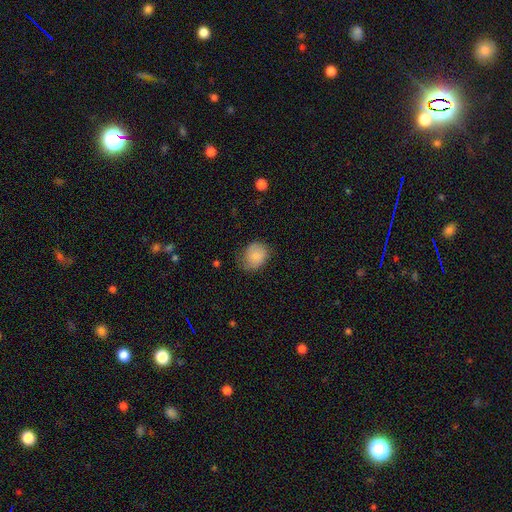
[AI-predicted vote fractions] smooth-or-featured: smooth: 81% | featured or disk: 11% | star or artifact: 7%
  how-rounded: round: 55% | in between: 44% | cigar-shaped: 1%
  merging: none: 67% | minor disturbance: 25% | major disturbance: 7% | merger: 1%